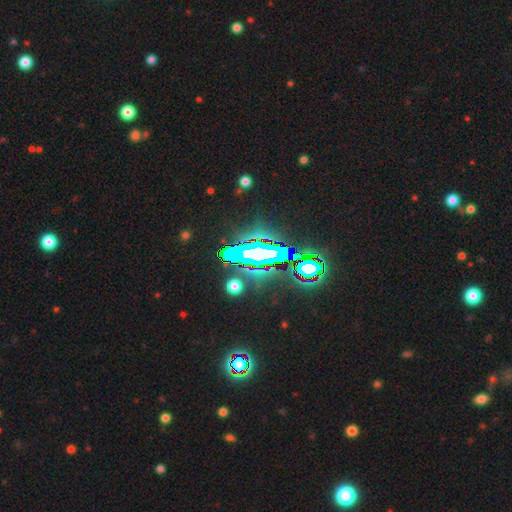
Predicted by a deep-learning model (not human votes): star or artifact 68%, featured or disk 18%, smooth 14%.